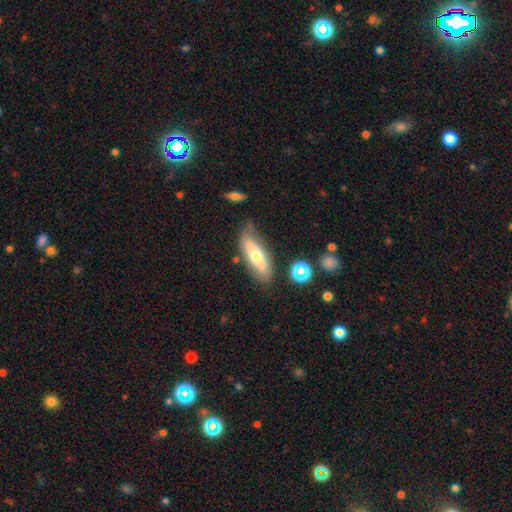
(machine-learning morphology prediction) This appears to be a smooth galaxy with no disk features (55%) that is in between round and cigar-shaped (54%). Merging: none (68%).